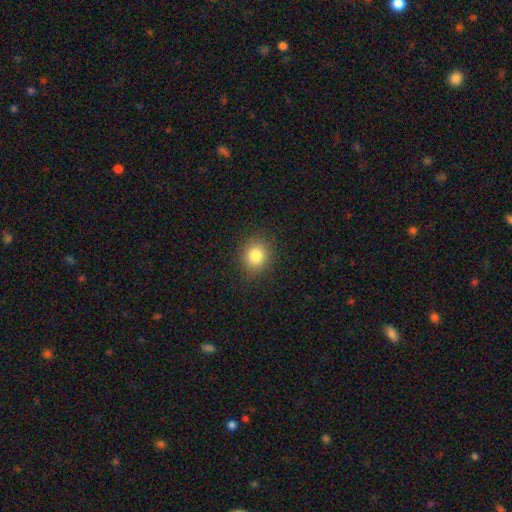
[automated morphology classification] Smooth or featured: smooth — 82% (star or artifact — 11%)
How rounded: round — 74% (in between — 25%)
Merging: none — 88% (minor disturbance — 8%)